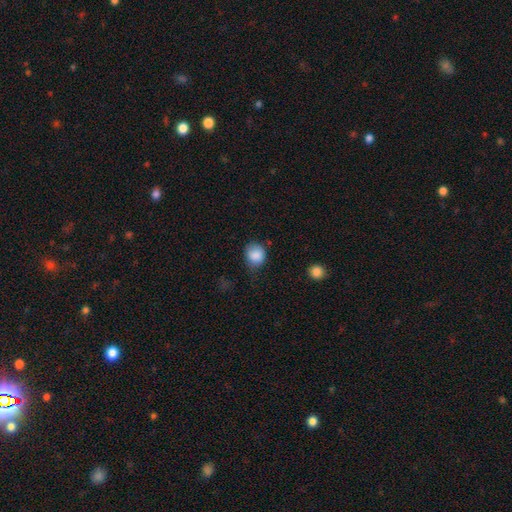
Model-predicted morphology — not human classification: A smooth galaxy with no disk features (87%) that is round (76%). Merging: none (56%).